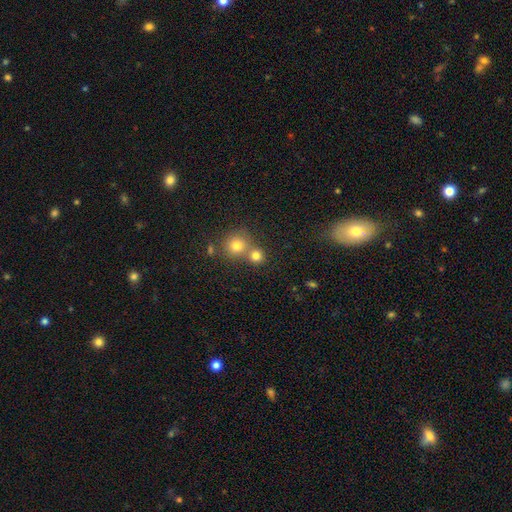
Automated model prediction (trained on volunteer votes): This is likely a smooth galaxy (78%). How rounded: clearly round (87%). Merging: possibly none (54%).